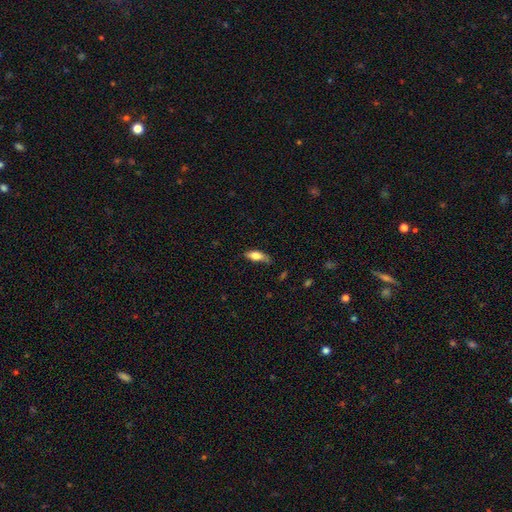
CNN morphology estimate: The model was most divided on "merging": none: 54%, minor disturbance: 33%, major disturbance: 10%, merger: 3%. More confident: smooth or featured — smooth (75%); how rounded — in between (73%).